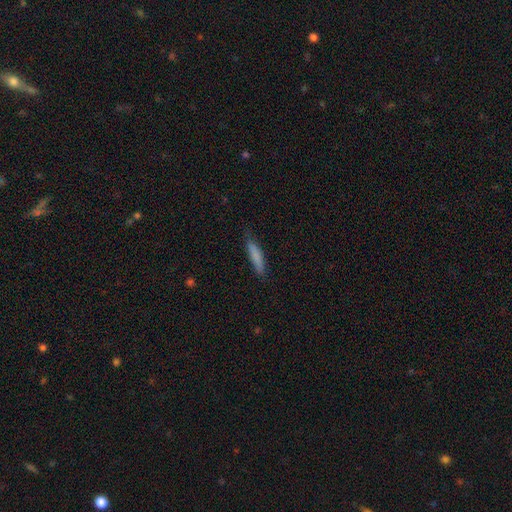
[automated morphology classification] Smooth or featured: smooth — 81% (featured or disk — 13%)
How rounded: cigar-shaped — 84% (in between — 15%)
Merging: none — 78% (minor disturbance — 18%)